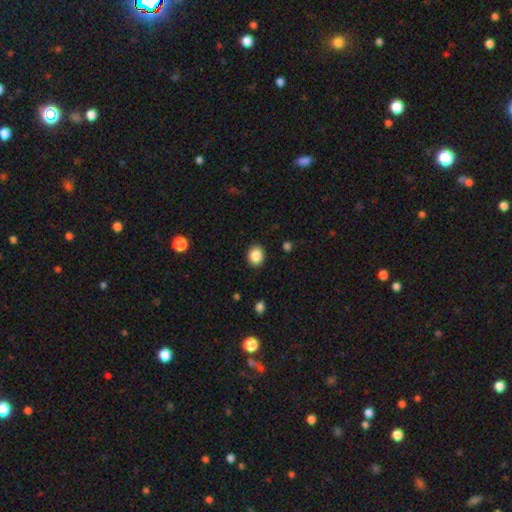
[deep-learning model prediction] Smooth or featured?
  - smooth: 87% *
  - star or artifact: 9%
  - featured or disk: 4%
How rounded?
  - round: 66% *
  - in between: 33%
  - cigar-shaped: 1%
Merging?
  - none: 89% *
  - minor disturbance: 8%
  - major disturbance: 2%
  - merger: 1%